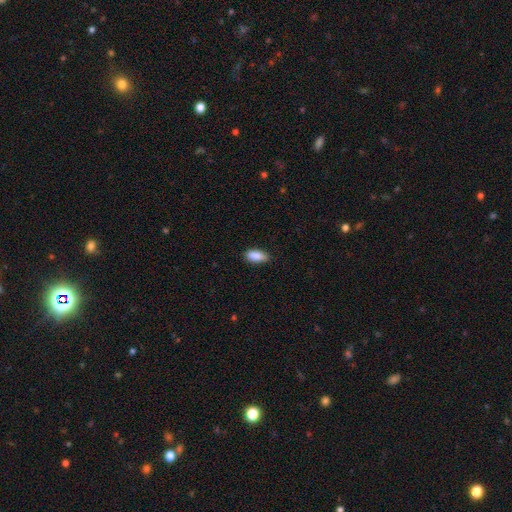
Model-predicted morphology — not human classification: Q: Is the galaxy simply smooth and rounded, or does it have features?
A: smooth — 88%.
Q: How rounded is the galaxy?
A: in between — 87%.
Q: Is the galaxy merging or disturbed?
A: none — 80%.